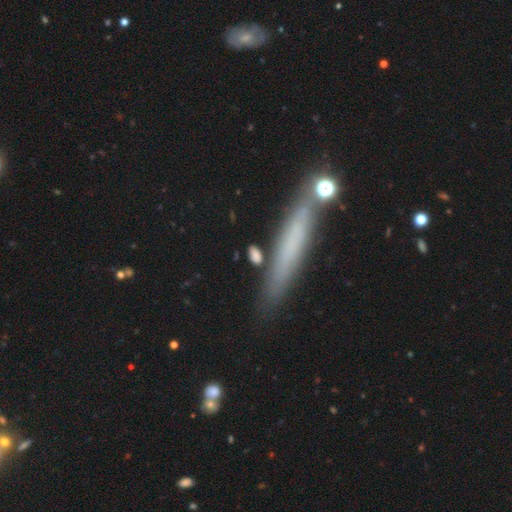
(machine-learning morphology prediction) Smooth or featured? smooth (78%)
How rounded? in between (67%)
Merging? none (77%)